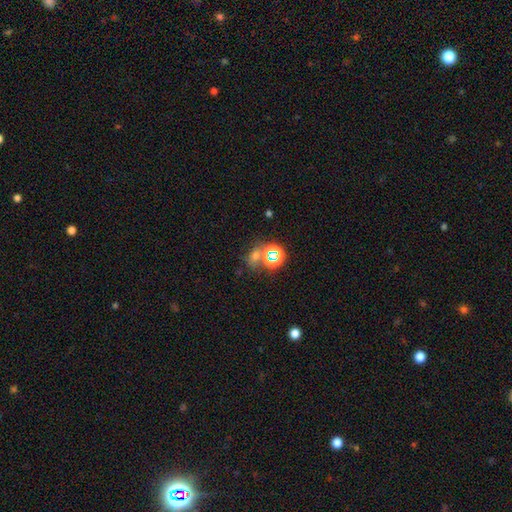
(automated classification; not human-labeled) A smooth galaxy with no disk features (45%).

Vote fractions:
- Smooth or featured? smooth: 45% / star or artifact: 44% / featured or disk: 11%
- Merging? none: 58% / merger: 23% / minor disturbance: 12% / major disturbance: 7%